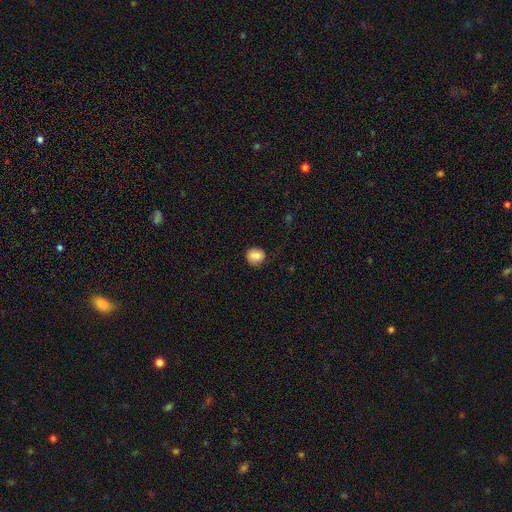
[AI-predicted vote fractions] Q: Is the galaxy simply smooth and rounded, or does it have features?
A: smooth — 83%.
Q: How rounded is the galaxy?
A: round — 72%.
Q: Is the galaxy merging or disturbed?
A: none — 71%.